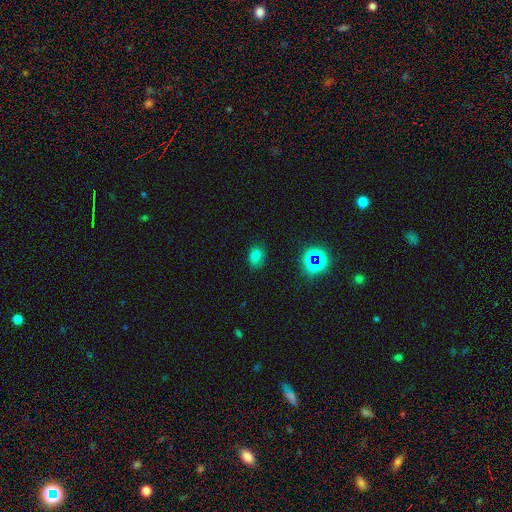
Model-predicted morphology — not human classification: This is likely a smooth galaxy (73%). How rounded: likely in between (73%). Merging: likely none (76%).